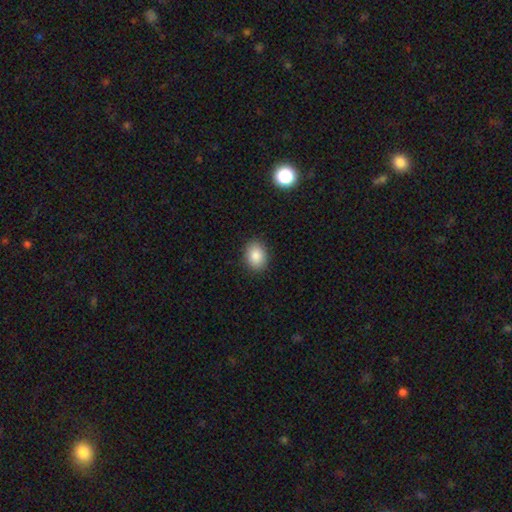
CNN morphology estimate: Q: Smooth or featured?
A: smooth (86%); runner-up: star or artifact (8%)
Q: How rounded?
A: in between (68%); runner-up: round (31%)
Q: Merging?
A: none (89%); runner-up: minor disturbance (8%)